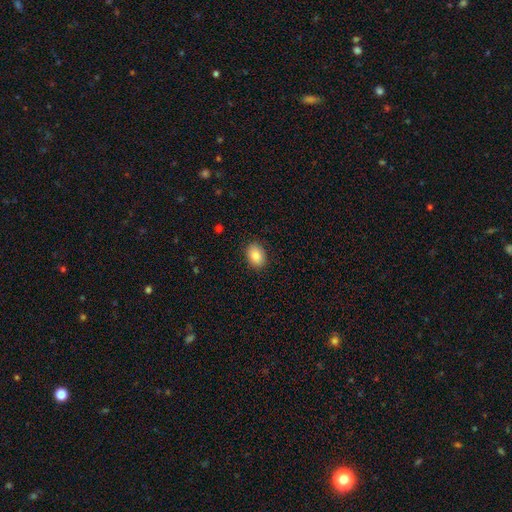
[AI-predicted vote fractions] Smooth or featured? smooth (87%)
How rounded? in between (75%)
Merging? none (87%)